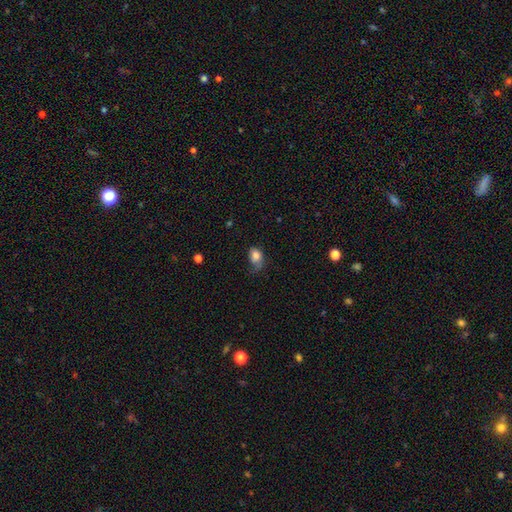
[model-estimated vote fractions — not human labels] Q: Smooth or featured?
A: smooth (80%); runner-up: featured or disk (11%)
Q: How rounded?
A: in between (73%); runner-up: round (25%)
Q: Merging?
A: none (37%); tied with: minor disturbance (37%)